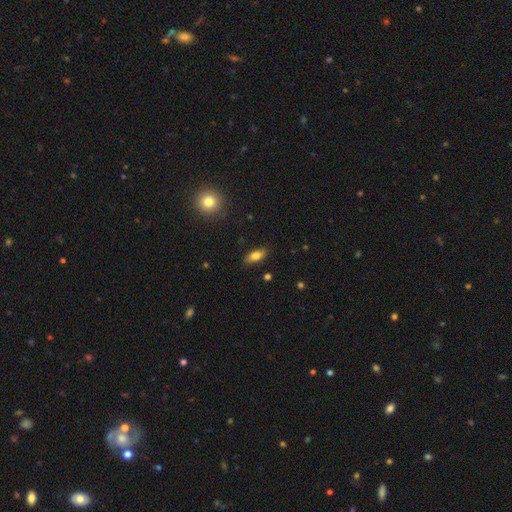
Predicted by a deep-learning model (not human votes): Morphology: type=smooth (76%); roundness=in between (78%); merging=none (87%).